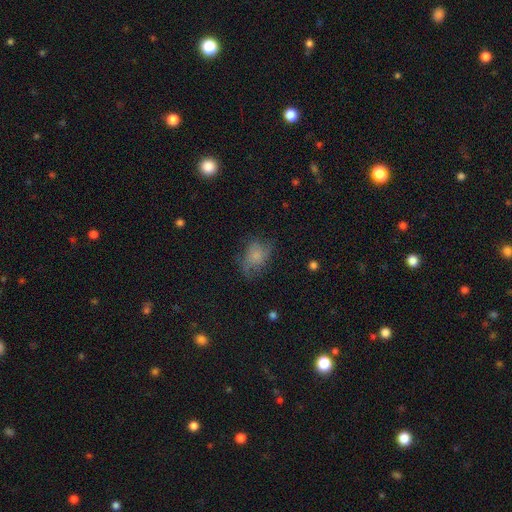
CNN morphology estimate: Q: Smooth or featured?
A: smooth (56%); runner-up: featured or disk (32%)
Q: How rounded?
A: in between (66%); runner-up: round (32%)
Q: Merging?
A: none (53%); runner-up: minor disturbance (27%)